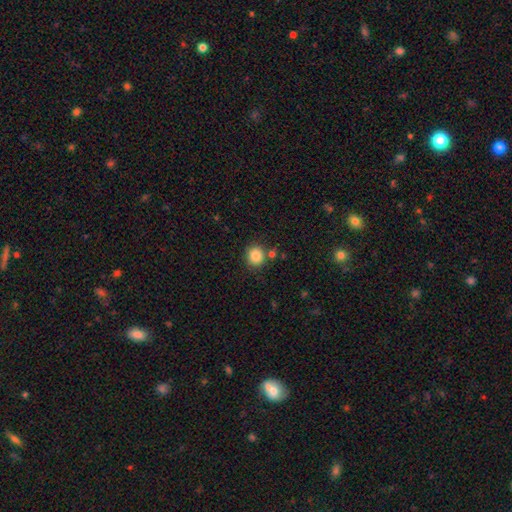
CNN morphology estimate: Overall: smooth (85%). How rounded: round (85%). Merging: none (79%).